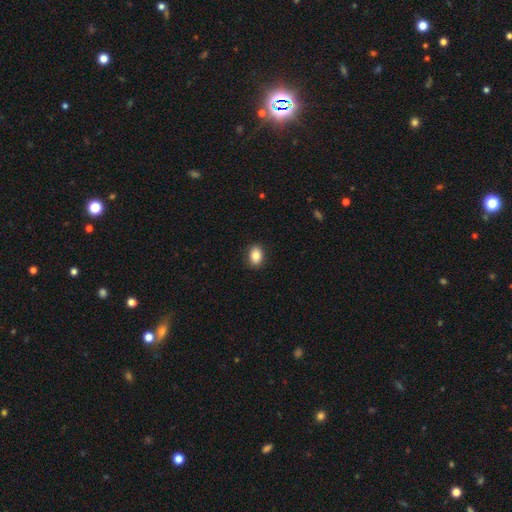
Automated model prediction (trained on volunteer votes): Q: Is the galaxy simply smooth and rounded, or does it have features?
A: smooth — 86%.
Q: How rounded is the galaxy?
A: in between — 76%.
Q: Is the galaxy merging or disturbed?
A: none — 89%.